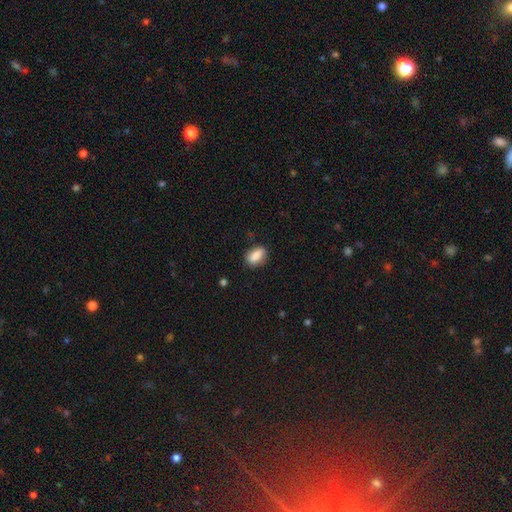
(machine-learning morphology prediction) Smooth or featured: smooth — 85% (featured or disk — 8%)
How rounded: in between — 84% (round — 10%)
Merging: none — 79% (minor disturbance — 16%)